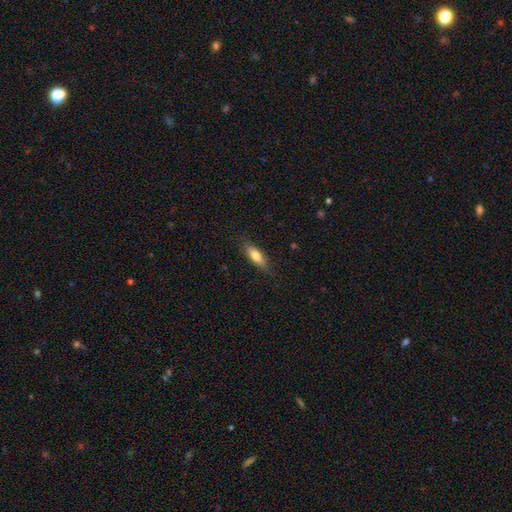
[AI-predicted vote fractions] Smooth or featured? Predicted: smooth (p=0.72). How rounded? Predicted: in between (p=0.54). Merging? Predicted: none (p=0.84).